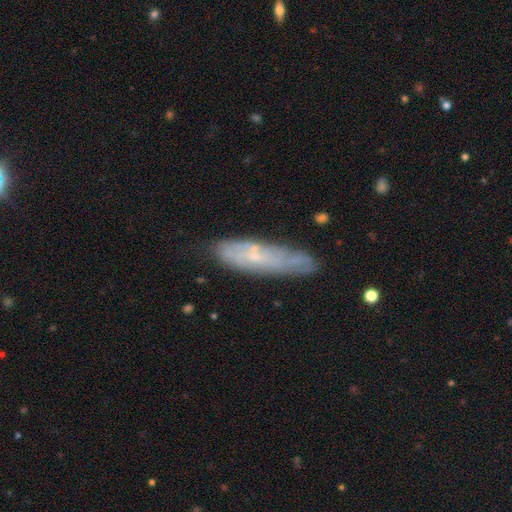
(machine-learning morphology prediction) Smooth or featured?
  - featured or disk: 48% *
  - smooth: 44%
  - star or artifact: 8%
Merging?
  - none: 68% *
  - minor disturbance: 22%
  - major disturbance: 7%
  - merger: 3%